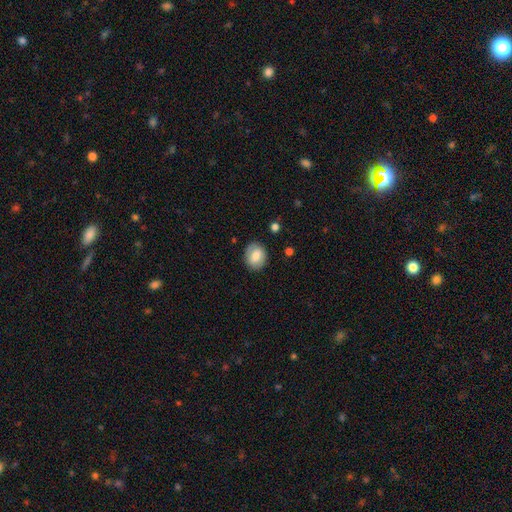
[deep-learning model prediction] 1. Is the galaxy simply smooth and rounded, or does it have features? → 67% smooth, 25% featured or disk, 8% star or artifact.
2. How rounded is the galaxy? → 54% round, 45% in between, 1% cigar-shaped.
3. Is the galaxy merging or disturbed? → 84% none, 11% minor disturbance, 3% major disturbance, 1% merger.